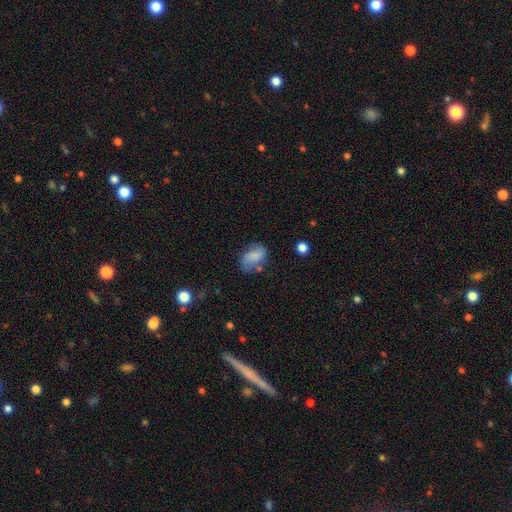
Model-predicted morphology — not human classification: Smooth or featured?
  - smooth: 58% *
  - featured or disk: 32%
  - star or artifact: 10%
How rounded?
  - in between: 86% *
  - round: 12%
  - cigar-shaped: 2%
Merging?
  - none: 58% *
  - minor disturbance: 27%
  - major disturbance: 10%
  - merger: 5%